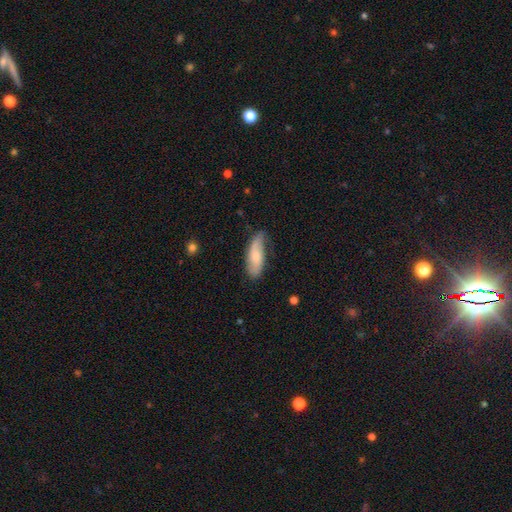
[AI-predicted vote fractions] Q: Smooth or featured?
A: smooth (59%); runner-up: featured or disk (34%)
Q: How rounded?
A: in between (71%); runner-up: cigar-shaped (27%)
Q: Merging?
A: none (60%); runner-up: minor disturbance (30%)